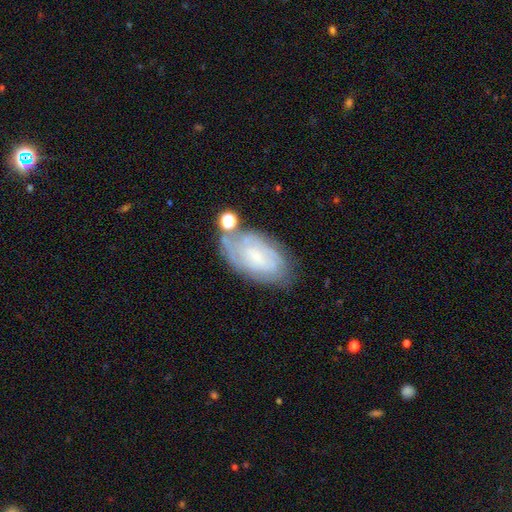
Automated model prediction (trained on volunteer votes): Smooth or featured?
  - featured or disk: 61% *
  - smooth: 30%
  - star or artifact: 9%
Edge-on disk?
  - no: 94% *
  - yes: 6%
Bar?
  - no: 60% *
  - weak: 32%
  - strong: 8%
Spiral arms?
  - yes: 82% *
  - no: 18%
Bulge size?
  - small: 56% *
  - none: 19%
  - moderate: 19%
  - large: 4%
  - dominant: 2%
Merging?
  - none: 56% *
  - minor disturbance: 23%
  - merger: 11%
  - major disturbance: 10%